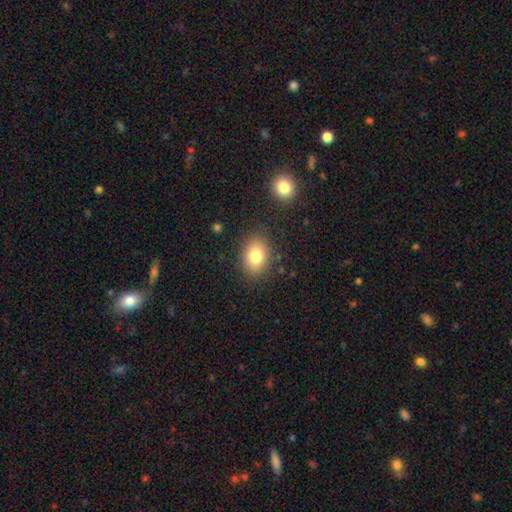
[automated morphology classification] type=smooth (79%); roundness=in between (69%); merging=none (85%).